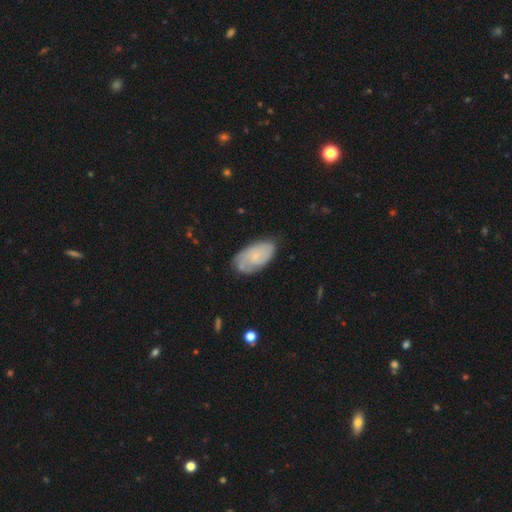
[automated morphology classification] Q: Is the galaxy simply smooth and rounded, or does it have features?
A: featured or disk — 48%.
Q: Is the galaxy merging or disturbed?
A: none — 68%.